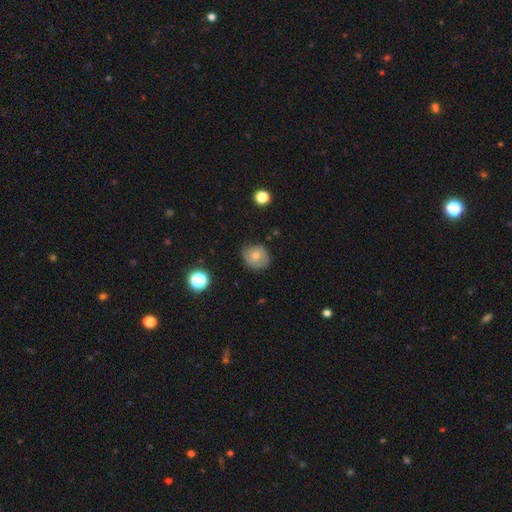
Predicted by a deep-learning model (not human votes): Overall: smooth (57%; featured or disk 32%). How rounded: round (81%). Merging: none (72%).